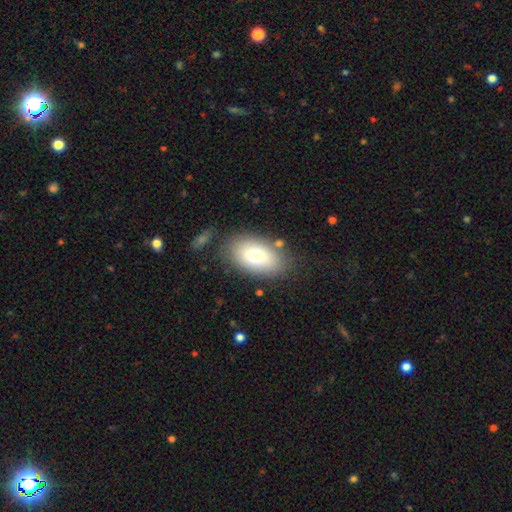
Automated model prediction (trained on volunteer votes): smooth-or-featured: smooth: 74% | featured or disk: 18% | star or artifact: 8%
  how-rounded: in between: 90% | round: 9% | cigar-shaped: 1%
  merging: none: 78% | minor disturbance: 13% | major disturbance: 5% | merger: 5%